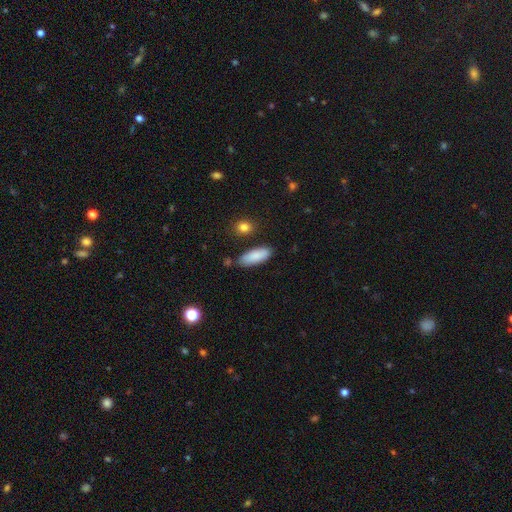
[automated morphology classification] This appears to be a smooth galaxy with no disk features (87%) that is in between round and cigar-shaped (70%). Merging: none (81%).